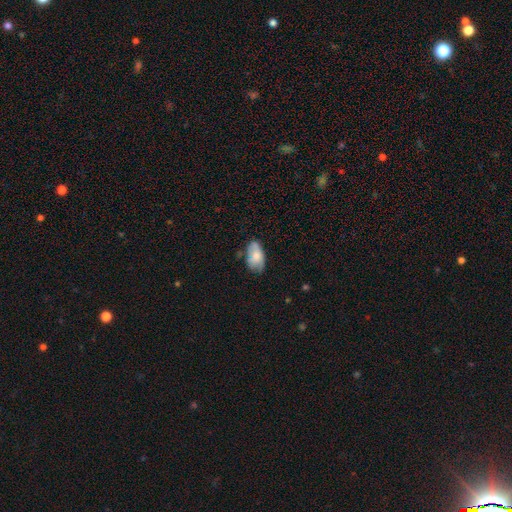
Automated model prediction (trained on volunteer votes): Q: Smooth or featured?
A: smooth (70%); runner-up: featured or disk (23%)
Q: How rounded?
A: in between (93%); runner-up: round (5%)
Q: Merging?
A: none (57%); runner-up: minor disturbance (31%)